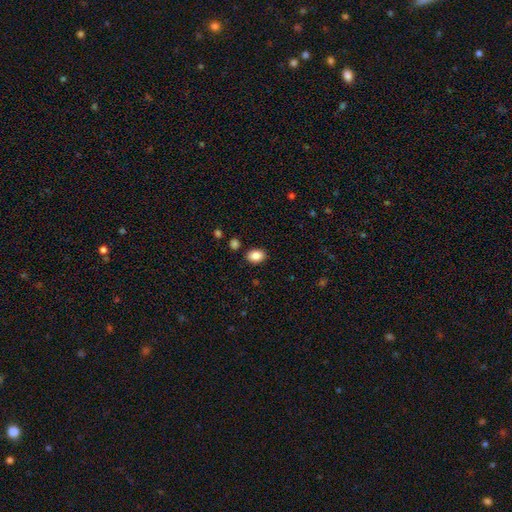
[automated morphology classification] This is clearly a smooth galaxy (86%). How rounded: likely in between (77%). Merging: clearly none (85%).